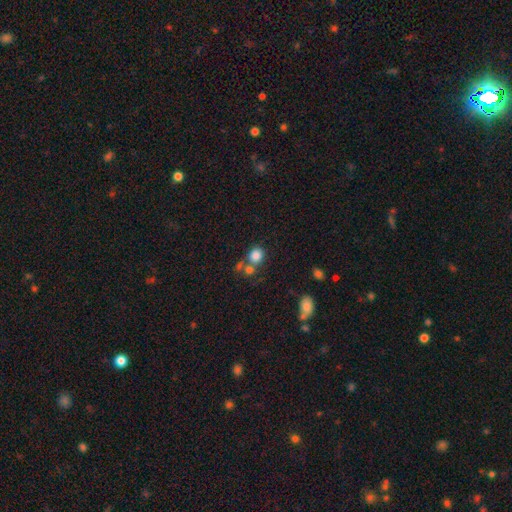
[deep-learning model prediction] smooth_or_featured: smooth (p=0.81) [alt: star or artifact p=0.11]
how_rounded: round (p=0.81) [alt: in between p=0.18]
merging: none (p=0.57) [alt: merger p=0.29]